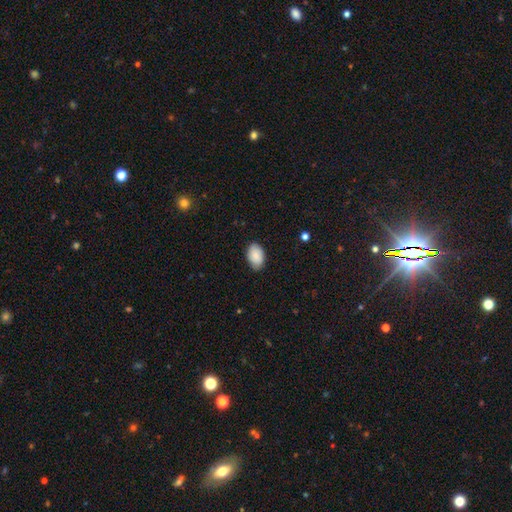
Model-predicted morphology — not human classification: This is clearly a smooth galaxy (86%). How rounded: clearly in between (90%). Merging: clearly none (81%).